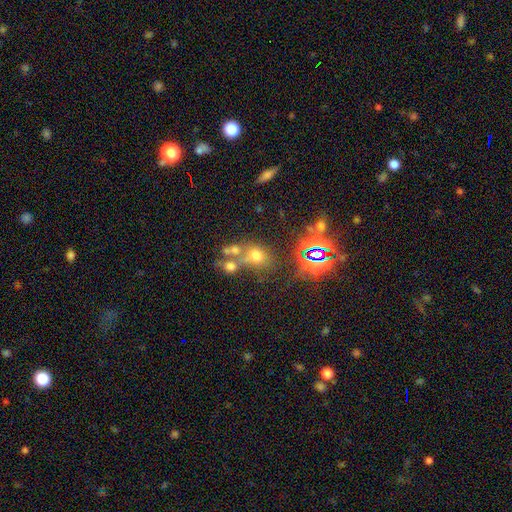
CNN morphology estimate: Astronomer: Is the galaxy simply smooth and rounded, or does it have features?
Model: smooth — 54% (runner-up: star or artifact, 31%).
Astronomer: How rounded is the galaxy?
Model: round — 62%.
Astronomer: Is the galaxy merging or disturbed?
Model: none — 45% (runner-up: merger, 34%).